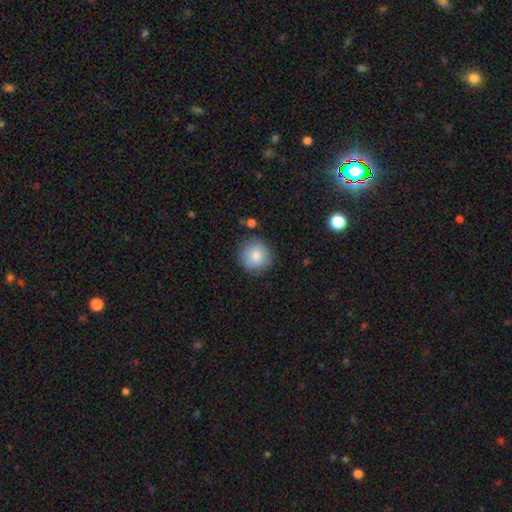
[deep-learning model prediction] This appears to be a smooth galaxy with no disk features (84%) that is round (94%). Merging: none (84%).